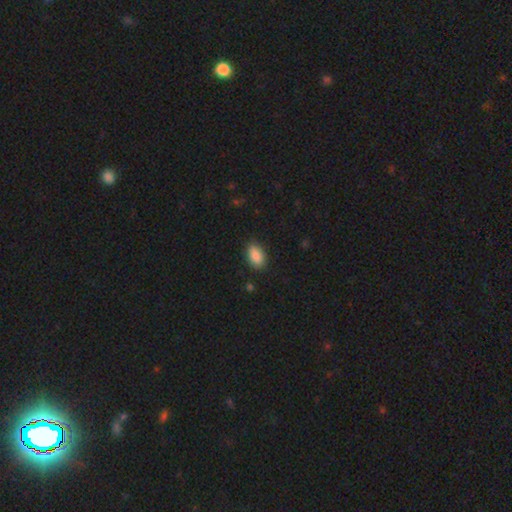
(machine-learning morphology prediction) A smooth galaxy with no disk features (89%) that is in between round and cigar-shaped (92%).

Vote fractions:
- Smooth or featured? smooth: 89% / star or artifact: 7% / featured or disk: 4%
- How rounded? in between: 92% / round: 5% / cigar-shaped: 3%
- Merging? none: 87% / minor disturbance: 10% / major disturbance: 2% / merger: 1%